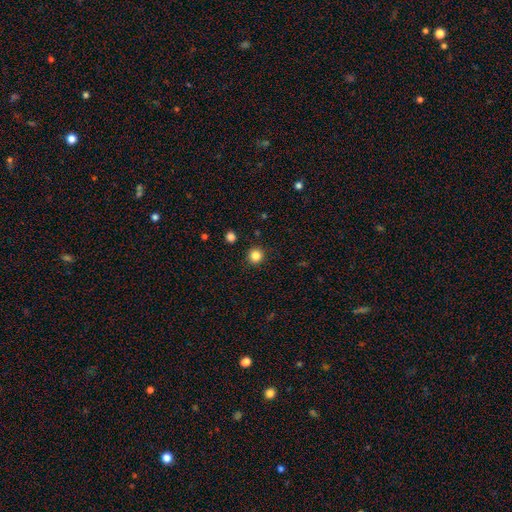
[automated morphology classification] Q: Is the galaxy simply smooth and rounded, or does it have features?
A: smooth — 84%.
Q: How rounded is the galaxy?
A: round — 94%.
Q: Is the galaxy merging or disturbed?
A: none — 92%.